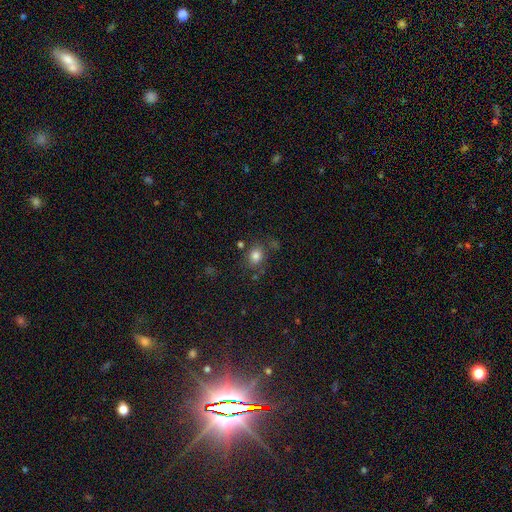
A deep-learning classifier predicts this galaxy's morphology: Smooth or featured? smooth (81%)
How rounded? round (61%)
Merging? none (74%)